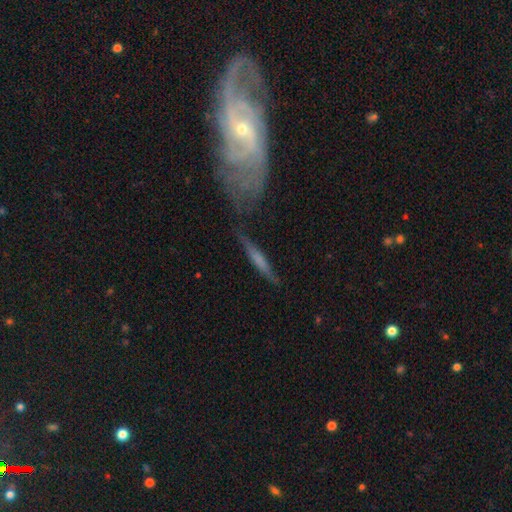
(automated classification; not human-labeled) Q: Smooth or featured?
A: featured or disk (52%); runner-up: smooth (39%)
Q: Edge-on disk?
A: yes (80%); runner-up: no (20%)
Q: Merging?
A: none (59%); runner-up: minor disturbance (20%)